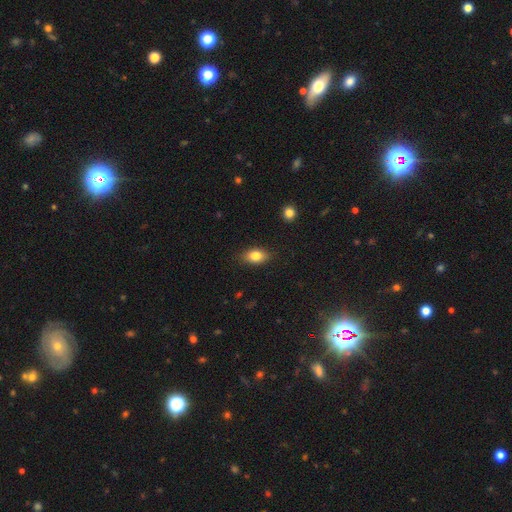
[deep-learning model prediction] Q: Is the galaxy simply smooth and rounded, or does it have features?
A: smooth — 82%.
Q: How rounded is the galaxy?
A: in between — 85%.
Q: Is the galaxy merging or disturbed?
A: none — 85%.